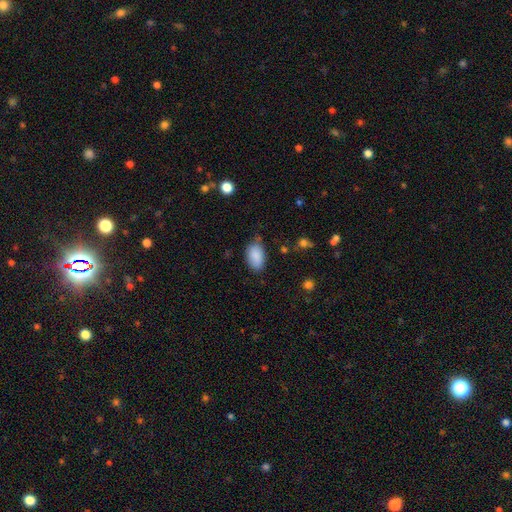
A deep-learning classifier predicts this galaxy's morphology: This appears to be a smooth galaxy with no disk features (88%) that is in between round and cigar-shaped (93%). Merging: none (70%).